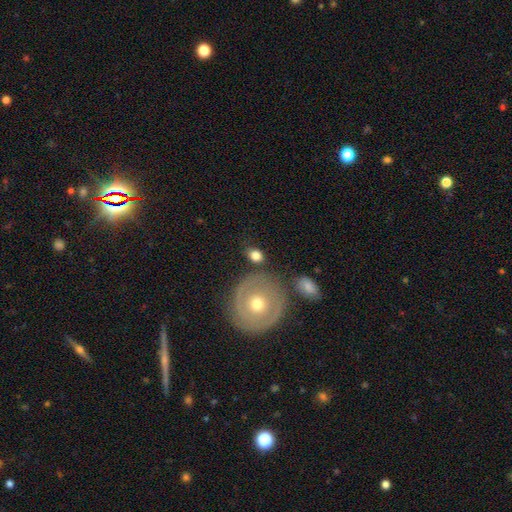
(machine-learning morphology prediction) type=smooth (75%); roundness=in between (61%); merging=none (71%).